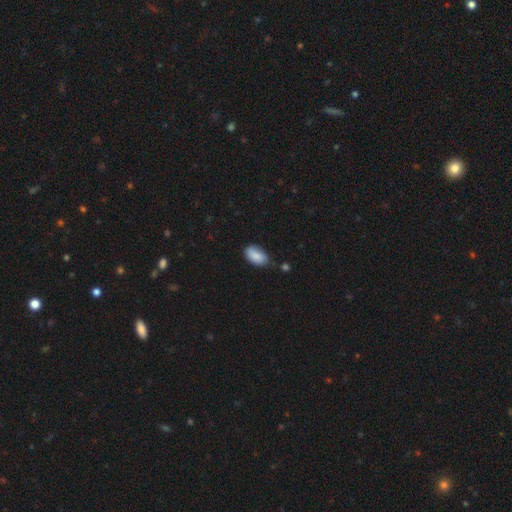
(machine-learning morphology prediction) The model was most divided on "merging": none: 66%, minor disturbance: 26%, major disturbance: 4%, merger: 4%. More confident: how rounded — in between (94%); smooth or featured — smooth (87%).